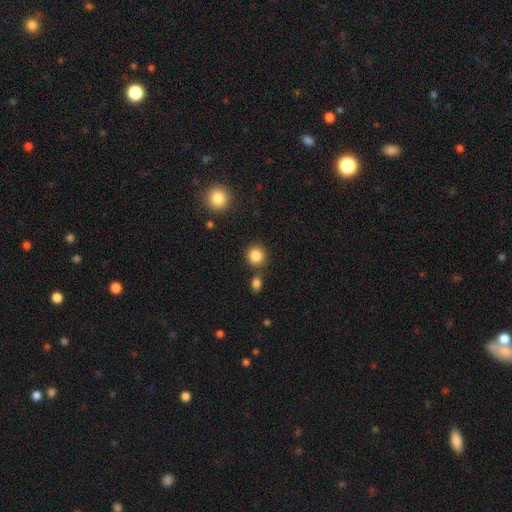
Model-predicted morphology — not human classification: Q: Smooth or featured?
A: smooth (86%); runner-up: star or artifact (10%)
Q: How rounded?
A: round (90%); runner-up: in between (9%)
Q: Merging?
A: none (81%); runner-up: merger (8%)